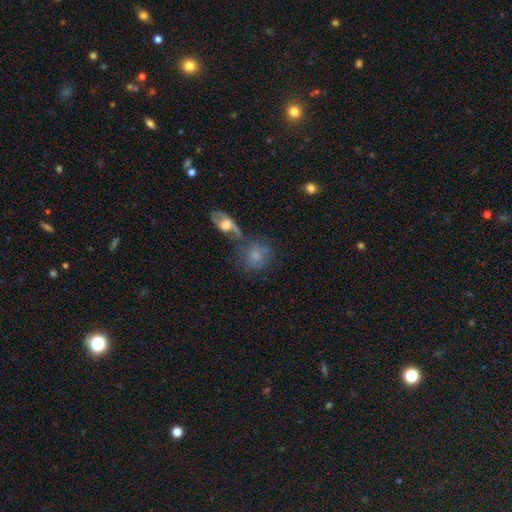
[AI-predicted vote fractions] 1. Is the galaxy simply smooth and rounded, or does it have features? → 63% smooth, 27% featured or disk, 10% star or artifact.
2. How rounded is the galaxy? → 71% round, 27% in between, 2% cigar-shaped.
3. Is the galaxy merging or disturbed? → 43% none, 30% merger, 17% minor disturbance, 11% major disturbance.